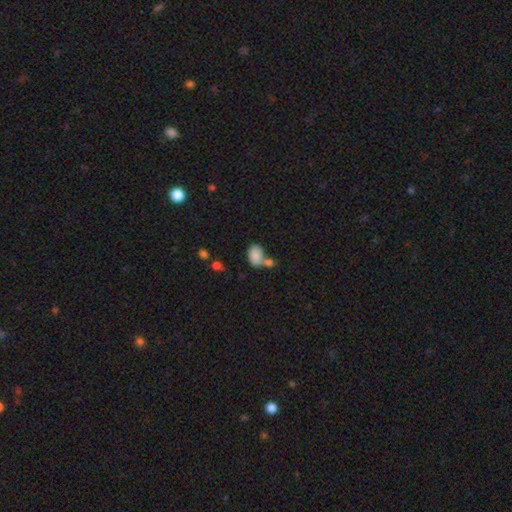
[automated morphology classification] Smooth or featured: smooth — 83% (featured or disk — 9%)
How rounded: in between — 82% (round — 17%)
Merging: merger — 47% (none — 33%)